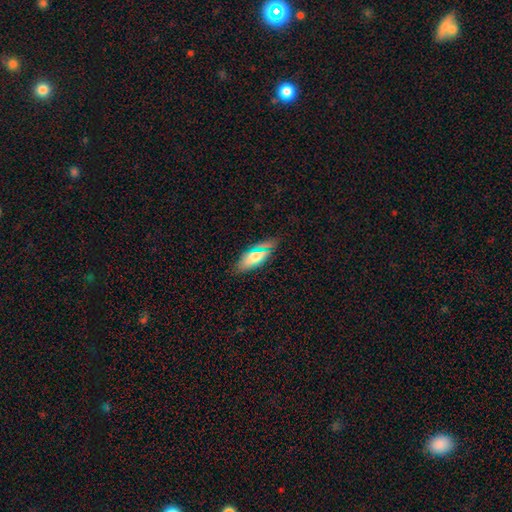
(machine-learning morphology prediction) The model was most divided on "how rounded": in between: 73%, cigar-shaped: 24%, round: 3%. More confident: merging — none (82%); smooth or featured — smooth (71%).